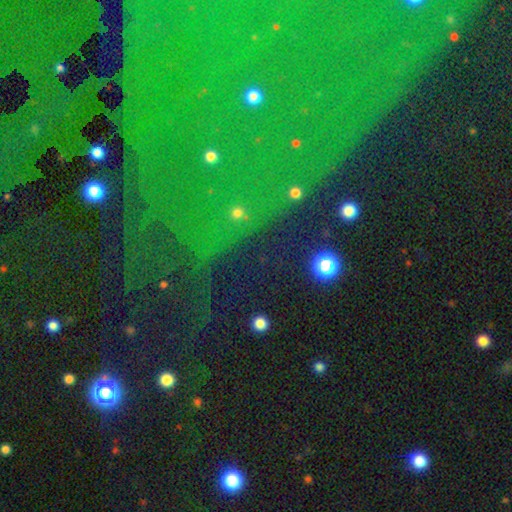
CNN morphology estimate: star or artifact 68%, smooth 20%, featured or disk 12%.